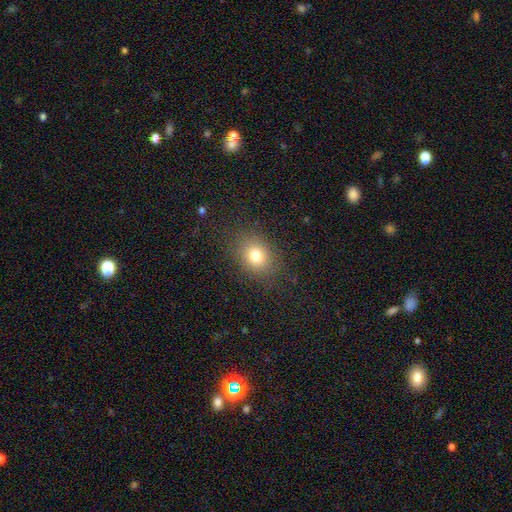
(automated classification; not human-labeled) Smooth or featured?
  - smooth: 75% *
  - star or artifact: 14%
  - featured or disk: 10%
How rounded?
  - round: 52% *
  - in between: 47%
  - cigar-shaped: 1%
Merging?
  - none: 84% *
  - minor disturbance: 10%
  - major disturbance: 5%
  - merger: 1%